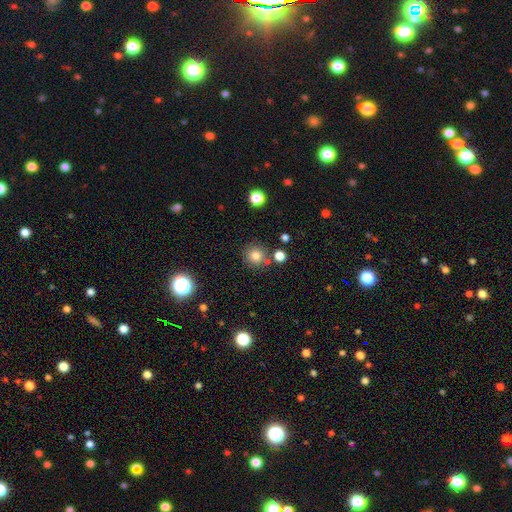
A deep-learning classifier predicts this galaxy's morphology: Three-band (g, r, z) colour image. It shows a smooth galaxy with no disk features (78%) that is round (93%). Merging: none (79%).